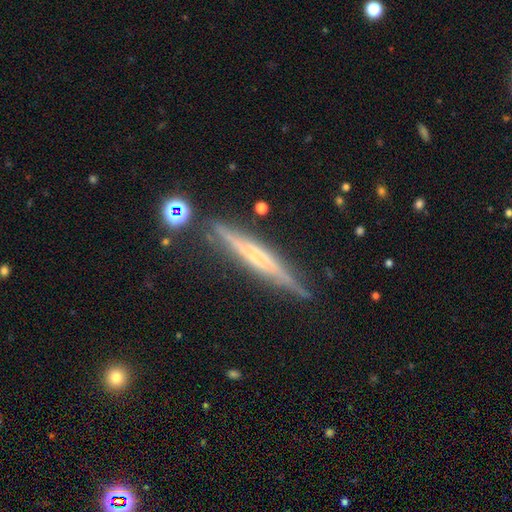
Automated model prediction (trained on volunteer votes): Smooth or featured? featured or disk (66%)
Edge-on disk? yes (94%)
Edge-on bulge? none (50%)
Merging? none (79%)